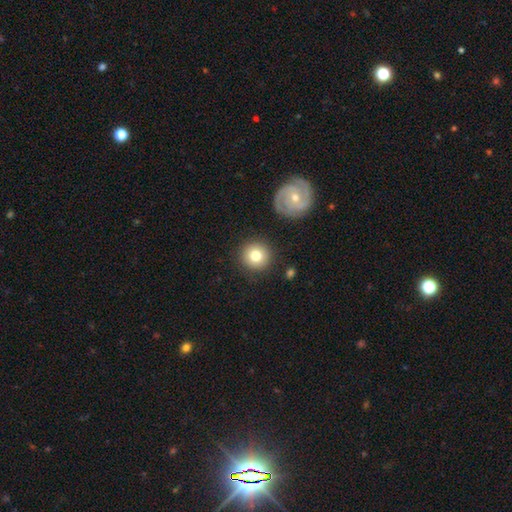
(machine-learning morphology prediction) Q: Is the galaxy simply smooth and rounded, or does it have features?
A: smooth — 78%.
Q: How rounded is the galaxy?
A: round — 94%.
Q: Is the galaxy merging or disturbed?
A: none — 87%.